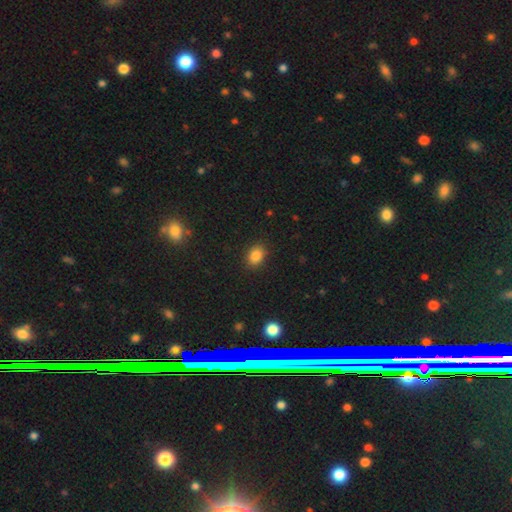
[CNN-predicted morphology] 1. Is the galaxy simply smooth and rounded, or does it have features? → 85% smooth, 10% star or artifact, 5% featured or disk.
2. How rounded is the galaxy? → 71% in between, 28% round, 1% cigar-shaped.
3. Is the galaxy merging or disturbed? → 87% none, 9% minor disturbance, 3% major disturbance, 1% merger.